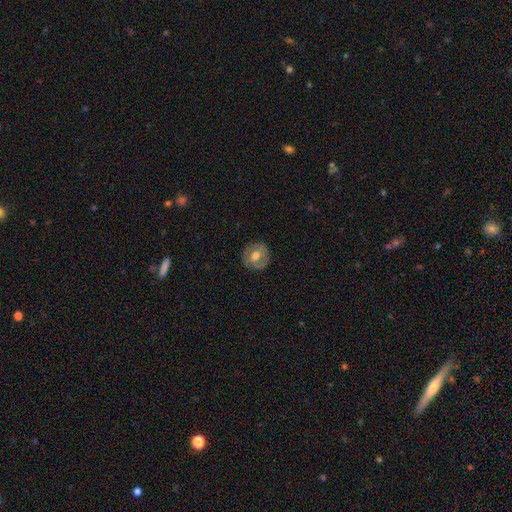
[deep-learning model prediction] Overall: smooth (48%; featured or disk 45%). Merging: none (84%).